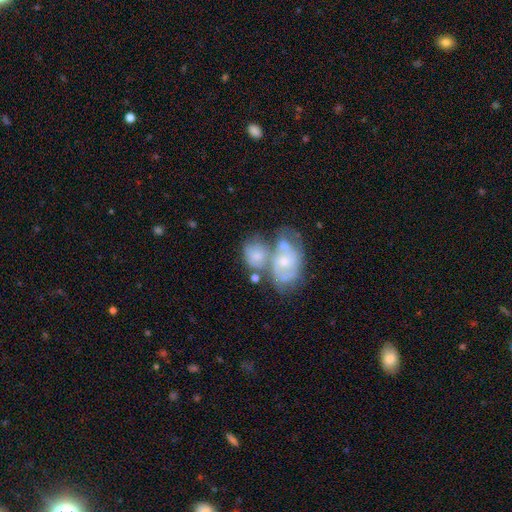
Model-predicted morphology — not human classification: Smooth or featured? featured or disk (56%)
Edge-on disk? no (96%)
Bar? no (70%)
Spiral arms? yes (70%)
Bulge size? small (56%)
Merging? merger (61%)